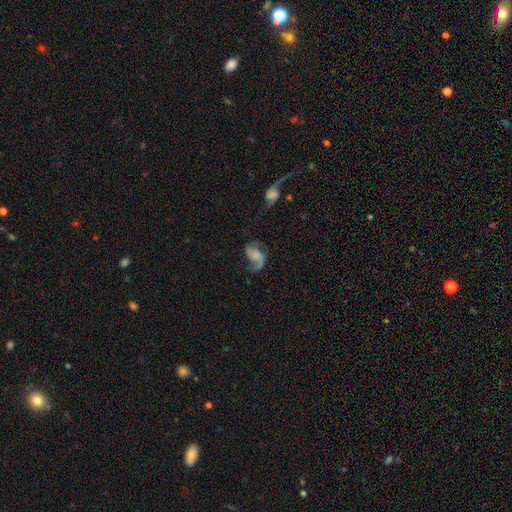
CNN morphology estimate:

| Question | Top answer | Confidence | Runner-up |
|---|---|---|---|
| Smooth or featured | featured or disk | 66% | smooth (25%) |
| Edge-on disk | no | 97% | yes (3%) |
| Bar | no | 61% | weak (29%) |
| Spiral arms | yes | 89% | no (11%) |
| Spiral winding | loose | 59% | medium (31%) |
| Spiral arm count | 2 | 63% | 1 (30%) |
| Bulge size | none | 49% | small (21%) |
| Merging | none | 40% | major disturbance (33%) |